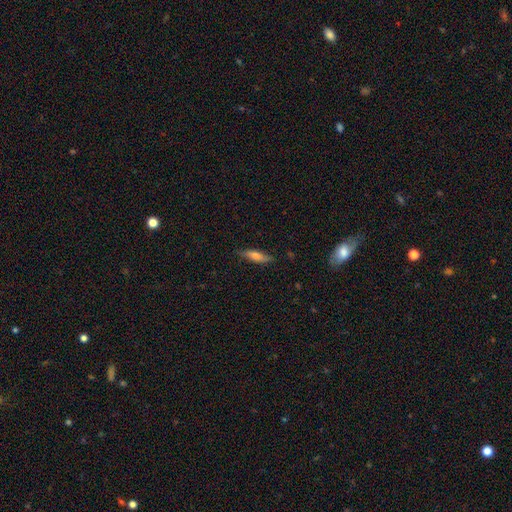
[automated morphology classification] Q: Smooth or featured?
A: smooth (60%); runner-up: featured or disk (34%)
Q: How rounded?
A: cigar-shaped (71%); runner-up: in between (26%)
Q: Merging?
A: none (82%); runner-up: minor disturbance (14%)